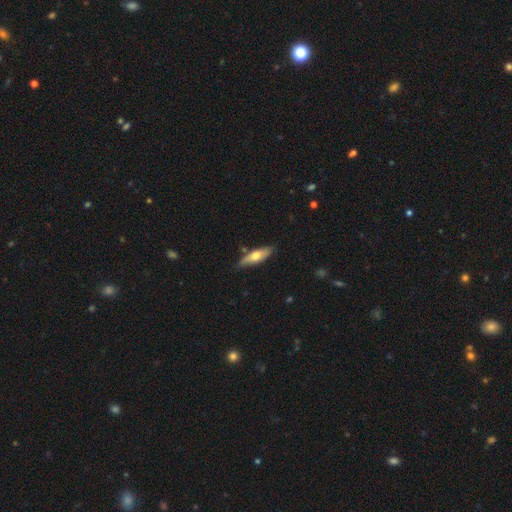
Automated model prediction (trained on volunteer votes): This is possibly a smooth galaxy (55%). How rounded: possibly cigar-shaped (55%). Merging: likely none (78%).